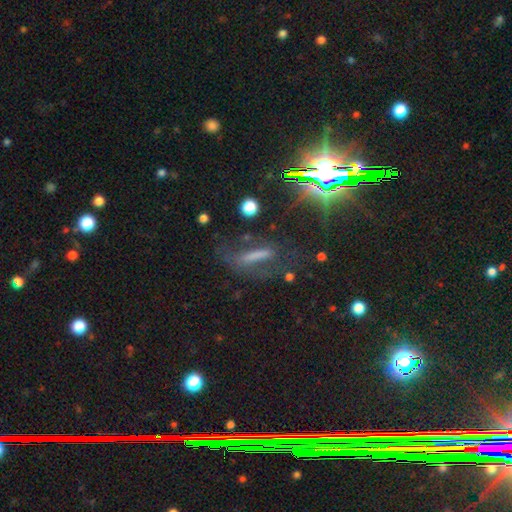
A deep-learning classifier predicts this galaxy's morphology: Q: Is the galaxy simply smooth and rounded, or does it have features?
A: smooth — 42%.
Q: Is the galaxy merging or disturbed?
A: none — 52%.